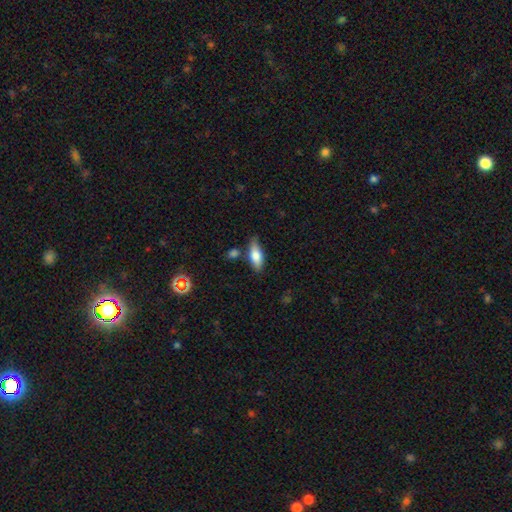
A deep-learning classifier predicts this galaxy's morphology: Smooth or featured: smooth — 73% (featured or disk — 20%)
How rounded: in between — 70% (cigar-shaped — 27%)
Merging: none — 72% (minor disturbance — 18%)